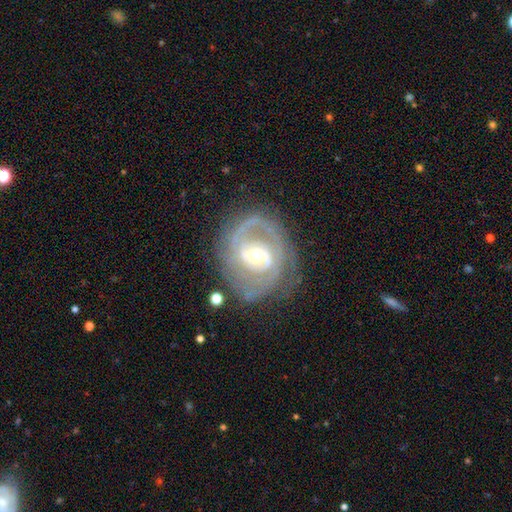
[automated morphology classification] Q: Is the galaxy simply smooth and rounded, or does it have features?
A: featured or disk — 86%.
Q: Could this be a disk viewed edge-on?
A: no — 97%.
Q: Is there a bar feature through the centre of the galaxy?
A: weak — 47%.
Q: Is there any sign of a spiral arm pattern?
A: yes — 91%.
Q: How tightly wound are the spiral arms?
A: tight — 52%.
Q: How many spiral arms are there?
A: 2 — 55%.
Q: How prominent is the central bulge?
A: moderate — 52%.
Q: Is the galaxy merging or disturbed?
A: none — 69%.